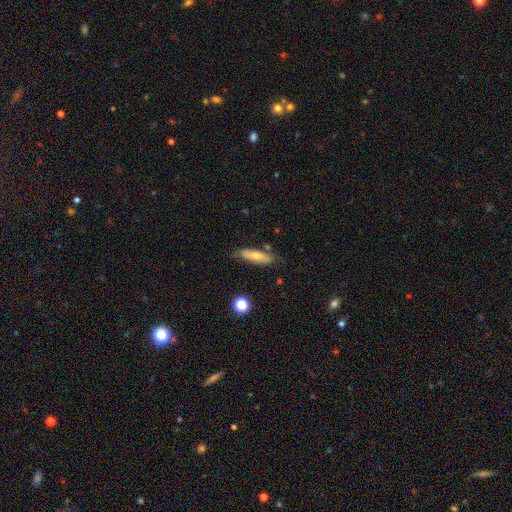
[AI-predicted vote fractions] smooth 63%, featured or disk 30%, star or artifact 7%. Down the decision tree: how rounded — cigar-shaped (58%); merging — none (68%).